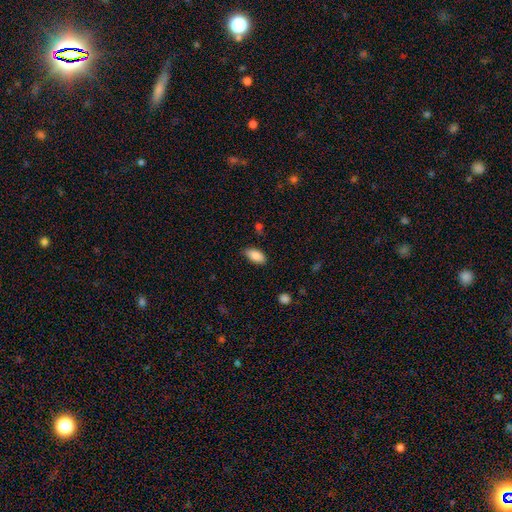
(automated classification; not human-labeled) This is clearly a smooth galaxy (88%). How rounded: clearly in between (91%). Merging: likely none (79%).